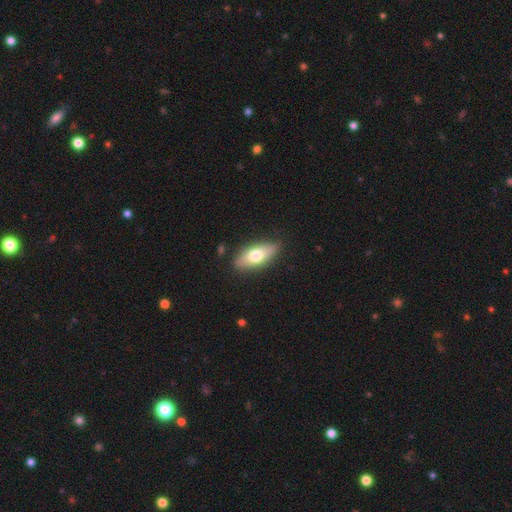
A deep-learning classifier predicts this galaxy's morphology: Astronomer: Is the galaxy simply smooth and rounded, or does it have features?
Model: smooth — 64%.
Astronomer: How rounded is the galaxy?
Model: in between — 77%.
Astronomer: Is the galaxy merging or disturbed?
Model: none — 84%.